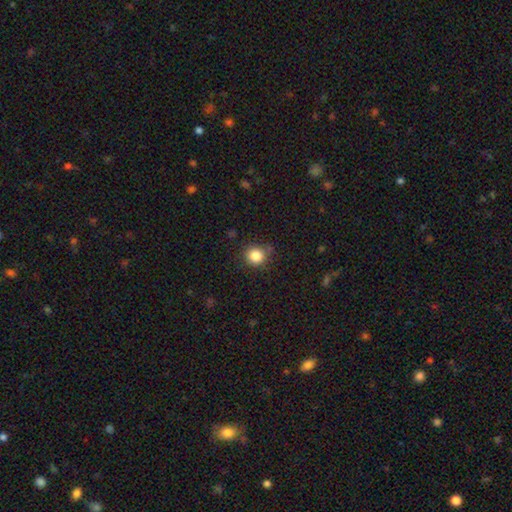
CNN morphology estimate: type=smooth (84%); roundness=round (90%); merging=none (83%).